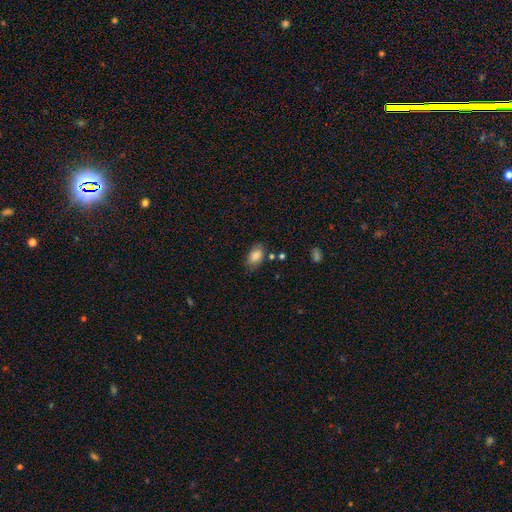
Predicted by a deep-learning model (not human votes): smooth-or-featured: smooth: 84% | star or artifact: 8% | featured or disk: 8%
  how-rounded: in between: 90% | round: 8% | cigar-shaped: 2%
  merging: none: 77% | minor disturbance: 16% | merger: 4% | major disturbance: 4%